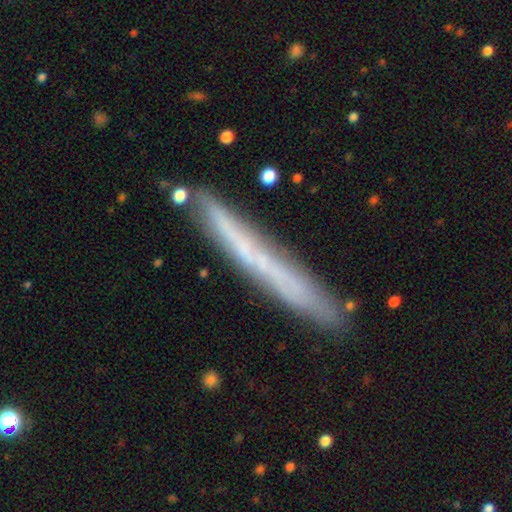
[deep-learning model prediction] This is possibly a featured or disk galaxy (50%). It is clearly viewed edge-on (89%). Merging: clearly none (80%).